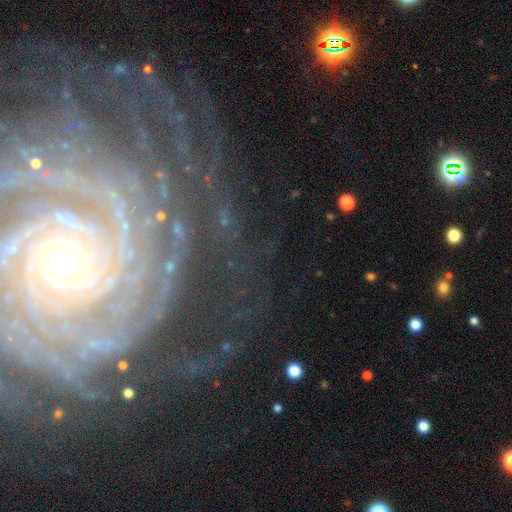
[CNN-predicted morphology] Smooth or featured?
  - featured or disk: 88% *
  - star or artifact: 7%
  - smooth: 4%
Edge-on disk?
  - no: 97% *
  - yes: 3%
Bar?
  - no: 50% *
  - weak: 28%
  - strong: 22%
Spiral arms?
  - yes: 97% *
  - no: 3%
Spiral winding?
  - tight: 84% *
  - medium: 13%
  - loose: 3%
Spiral arm count?
  - more than 4: 33% *
  - can't tell: 22%
  - 4: 14%
  - 3: 11%
  - 2: 11%
  - 1: 9%
Bulge size?
  - small: 47% *
  - moderate: 46%
  - large: 4%
  - none: 1%
  - dominant: 1%
Merging?
  - none: 75% *
  - minor disturbance: 13%
  - major disturbance: 10%
  - merger: 2%